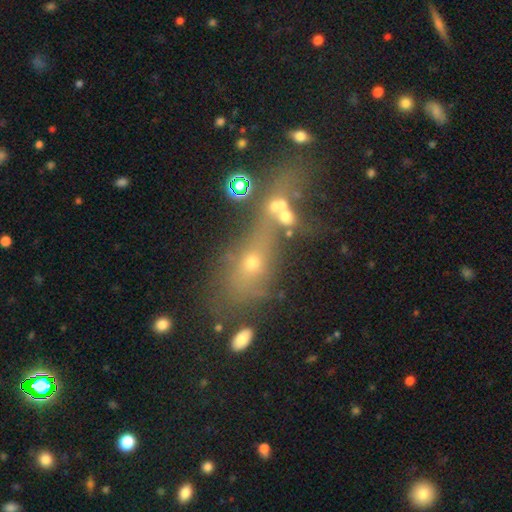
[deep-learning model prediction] smooth 45%, star or artifact 33%, featured or disk 22%. Down the decision tree: merging — none (46%).